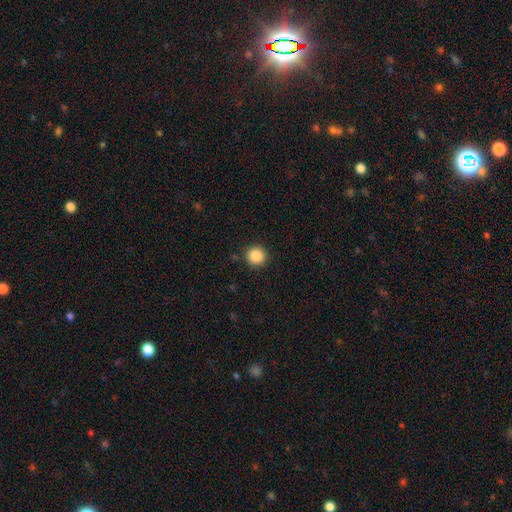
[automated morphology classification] Smooth or featured: smooth — 87% (star or artifact — 10%)
How rounded: round — 94% (in between — 5%)
Merging: none — 91% (minor disturbance — 6%)